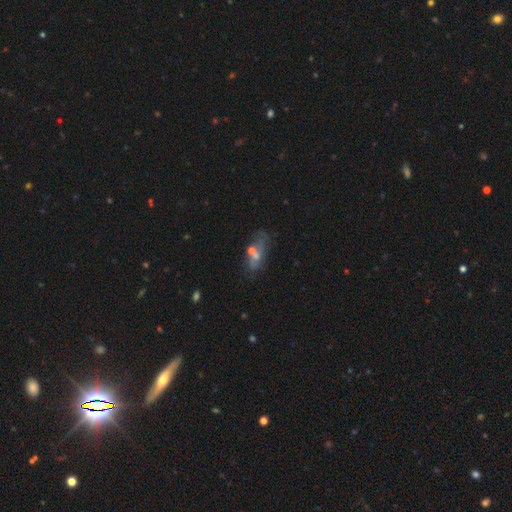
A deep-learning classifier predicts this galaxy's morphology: type=featured or disk (43%); merging=none (46%).